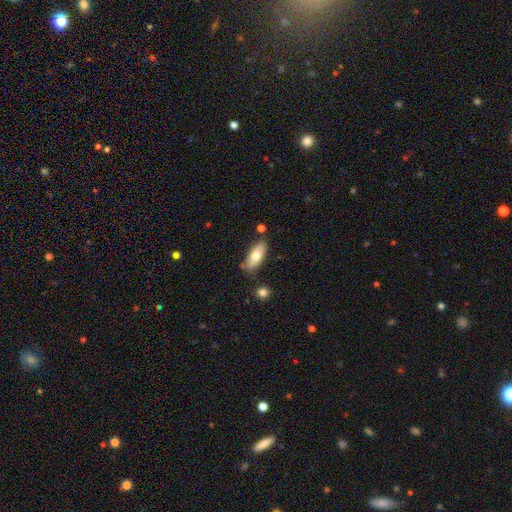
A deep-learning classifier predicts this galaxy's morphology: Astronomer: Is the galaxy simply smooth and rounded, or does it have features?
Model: smooth — 71%.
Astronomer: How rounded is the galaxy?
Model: in between — 78%.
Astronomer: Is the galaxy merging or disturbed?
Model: none — 79%.